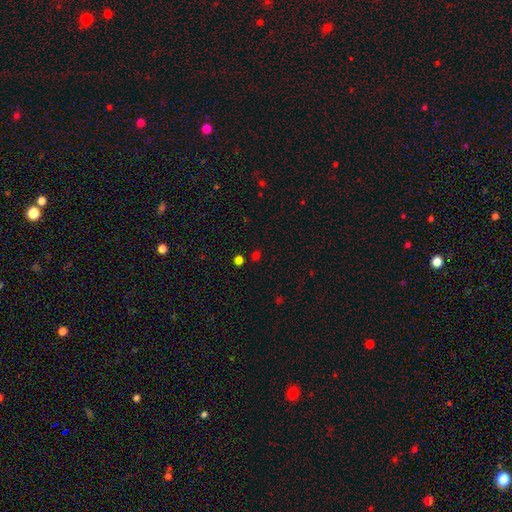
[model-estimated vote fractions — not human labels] The model was most divided on "smooth or featured": smooth: 63%, star or artifact: 32%, featured or disk: 5%. More confident: merging — none (81%); how rounded — round (76%).